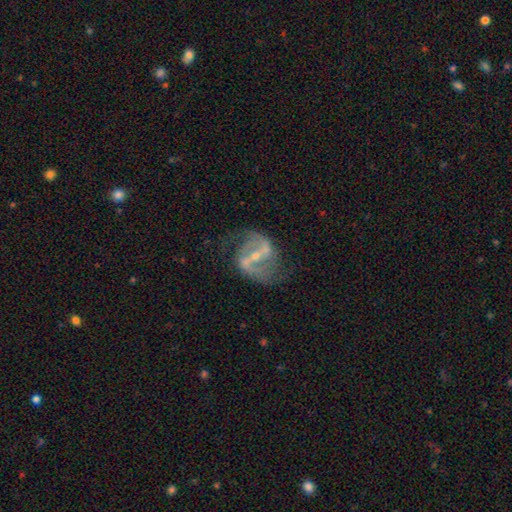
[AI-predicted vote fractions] The model was most divided on "spiral winding": medium: 50%, loose: 37%, tight: 13%. More confident: edge-on disk — no (97%); spiral arms — yes (94%); spiral arm count — 2 (91%); smooth or featured — featured or disk (88%); merging — none (68%); bulge size — small (61%); bar — strong (61%).